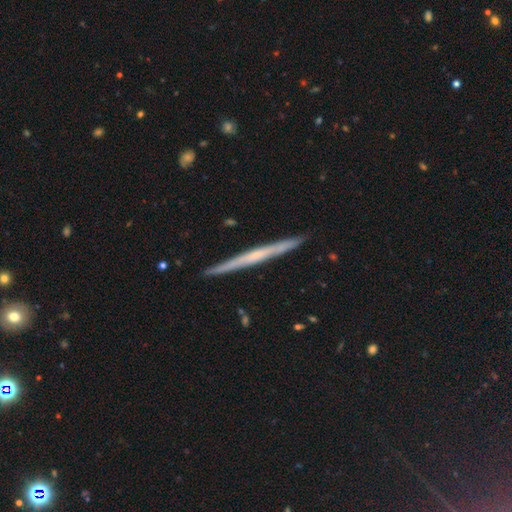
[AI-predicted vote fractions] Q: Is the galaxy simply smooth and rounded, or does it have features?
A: featured or disk — 64%.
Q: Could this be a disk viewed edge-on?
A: yes — 98%.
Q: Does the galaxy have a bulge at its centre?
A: none — 71%.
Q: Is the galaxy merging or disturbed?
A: none — 92%.